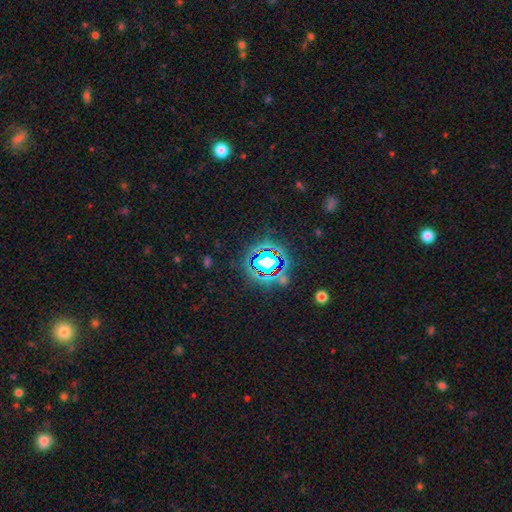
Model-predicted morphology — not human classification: star or artifact 77%, smooth 13%, featured or disk 10%.